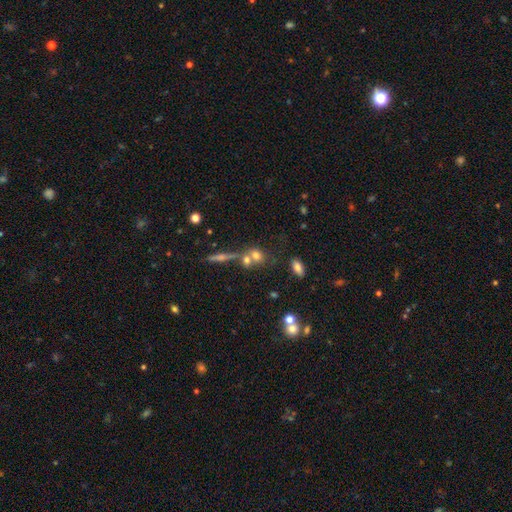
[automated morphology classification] smooth-or-featured: smooth: 65% | featured or disk: 20% | star or artifact: 15%
  how-rounded: round: 53% | in between: 41% | cigar-shaped: 6%
  merging: merger: 44% | none: 40% | minor disturbance: 10% | major disturbance: 6%